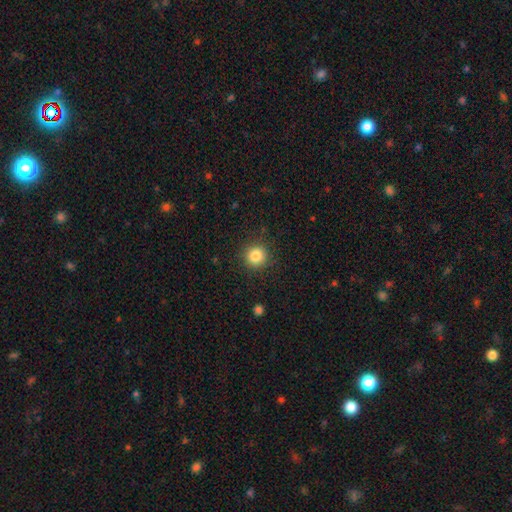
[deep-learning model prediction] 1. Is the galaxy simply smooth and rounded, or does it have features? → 84% smooth, 11% star or artifact, 5% featured or disk.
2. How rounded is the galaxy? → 94% round, 6% in between, 1% cigar-shaped.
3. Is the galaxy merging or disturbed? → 90% none, 7% minor disturbance, 3% major disturbance, 1% merger.